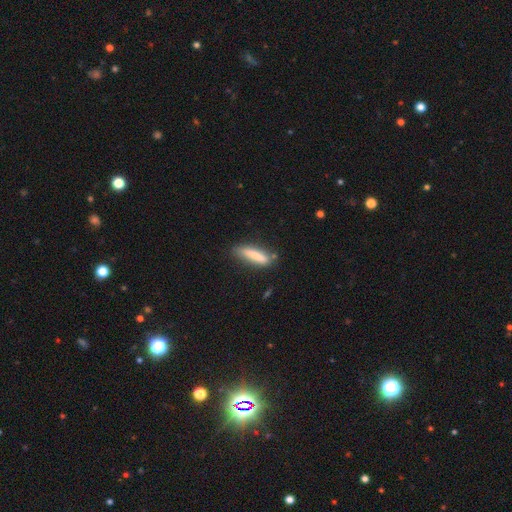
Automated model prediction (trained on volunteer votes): A smooth galaxy with no disk features (79%) that is cigar-shaped (74%). Merging: none (70%).